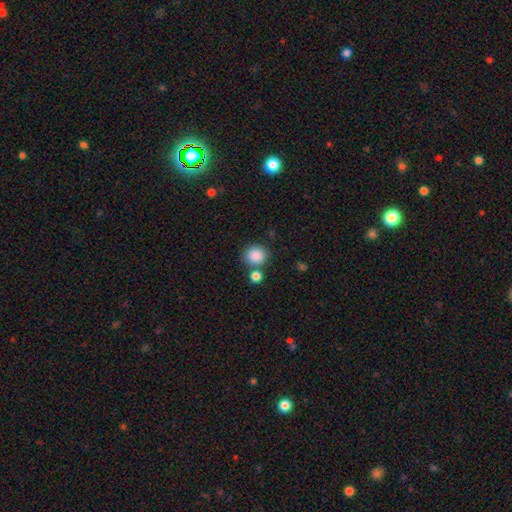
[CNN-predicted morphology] smooth 87%, star or artifact 9%, featured or disk 4%. Down the decision tree: how rounded — round (87%); merging — none (73%).